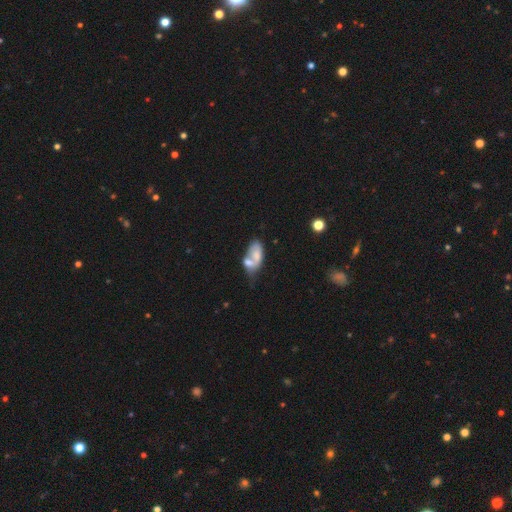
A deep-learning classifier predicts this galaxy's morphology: Smooth or featured? smooth (59%)
How rounded? in between (90%)
Merging? merger (53%)